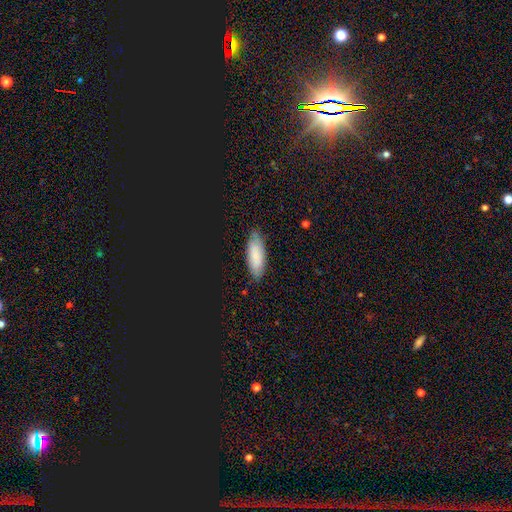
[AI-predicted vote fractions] smooth 78%, featured or disk 12%, star or artifact 10%. Down the decision tree: how rounded — in between (74%); merging — none (82%).